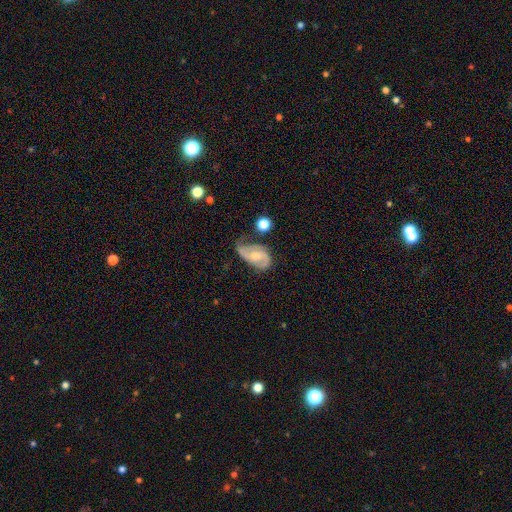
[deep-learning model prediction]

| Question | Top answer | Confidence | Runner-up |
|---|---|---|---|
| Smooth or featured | featured or disk | 72% | smooth (21%) |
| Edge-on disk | no | 97% | yes (3%) |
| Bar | no | 50% | weak (40%) |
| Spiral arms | yes | 91% | no (9%) |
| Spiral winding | medium | 47% | loose (28%) |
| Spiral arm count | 2 | 76% | can't tell (10%) |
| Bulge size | moderate | 50% | small (39%) |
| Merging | none | 37% | minor disturbance (34%) |